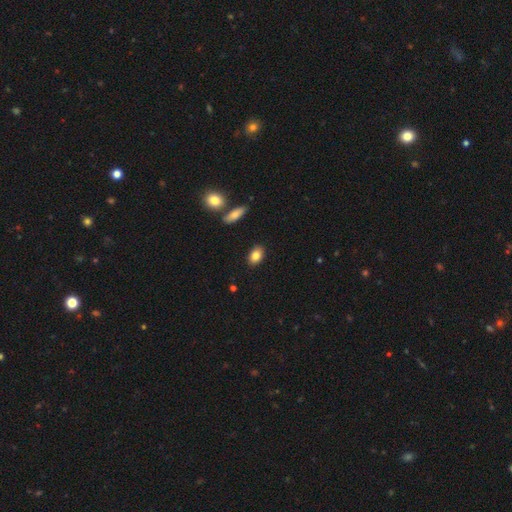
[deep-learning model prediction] smooth-or-featured: smooth: 84% | featured or disk: 9% | star or artifact: 8%
  how-rounded: in between: 86% | round: 12% | cigar-shaped: 2%
  merging: none: 88% | minor disturbance: 8% | merger: 2% | major disturbance: 2%